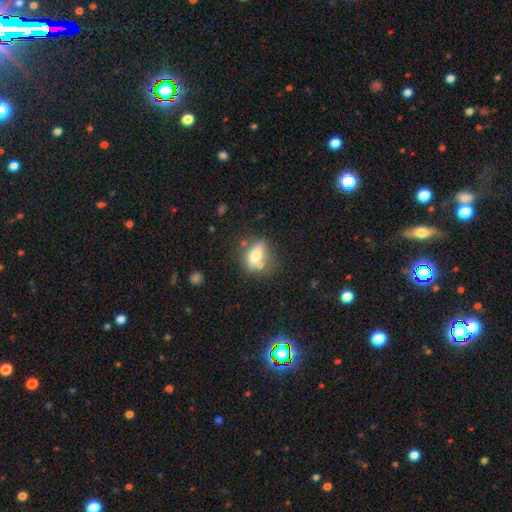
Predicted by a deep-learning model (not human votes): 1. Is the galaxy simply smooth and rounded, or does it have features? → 65% smooth, 26% featured or disk, 9% star or artifact.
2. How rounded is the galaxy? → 71% in between, 19% round, 10% cigar-shaped.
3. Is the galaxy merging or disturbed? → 55% none, 19% merger, 18% minor disturbance, 7% major disturbance.